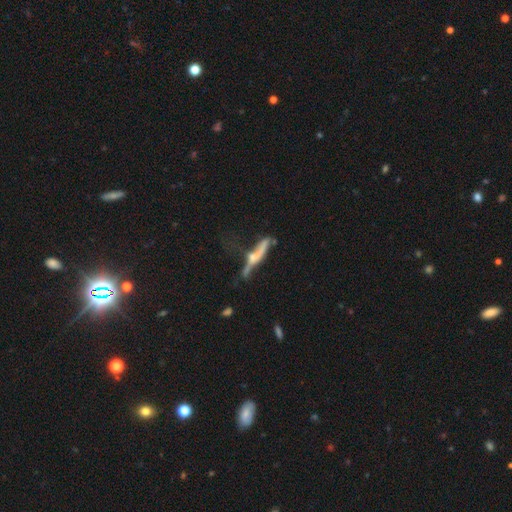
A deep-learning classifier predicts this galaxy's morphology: The model was most divided on "merging": none: 33%, major disturbance: 27%, merger: 20%, minor disturbance: 20%. More confident: edge-on disk — yes (71%); smooth or featured — featured or disk (58%).